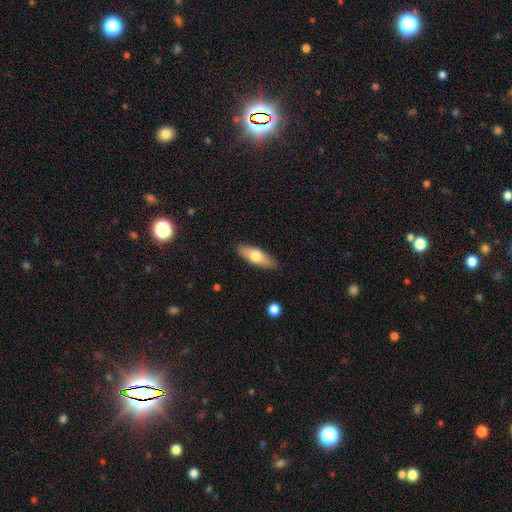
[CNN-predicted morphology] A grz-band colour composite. It shows a smooth galaxy with no disk features (65%) that is in between round and cigar-shaped (60%). Merging: none (86%).